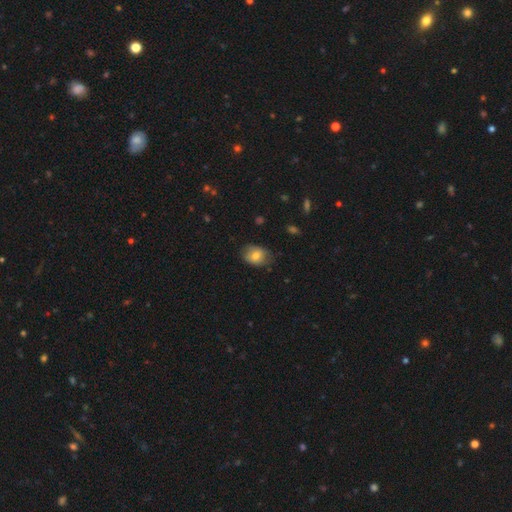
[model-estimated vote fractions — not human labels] smooth-or-featured: smooth: 71% | featured or disk: 21% | star or artifact: 8%
  how-rounded: in between: 69% | round: 30% | cigar-shaped: 1%
  merging: none: 70% | minor disturbance: 23% | major disturbance: 5% | merger: 1%